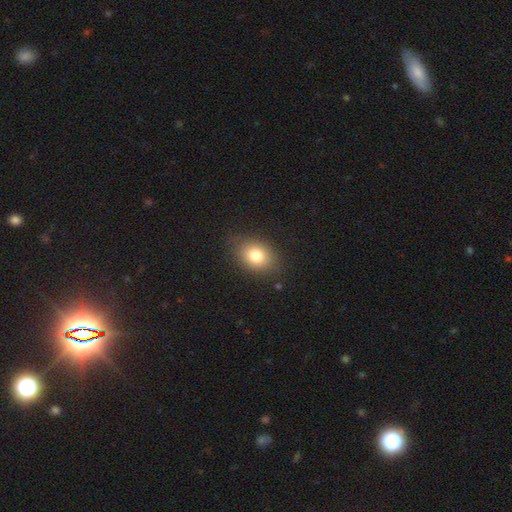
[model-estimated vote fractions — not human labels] Q: Smooth or featured?
A: smooth (80%); runner-up: featured or disk (10%)
Q: How rounded?
A: in between (70%); runner-up: round (29%)
Q: Merging?
A: none (81%); runner-up: minor disturbance (14%)